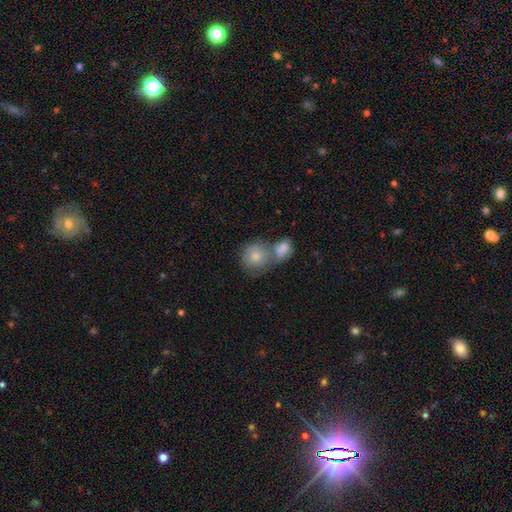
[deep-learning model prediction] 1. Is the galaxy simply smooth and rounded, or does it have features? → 68% smooth, 25% featured or disk, 7% star or artifact.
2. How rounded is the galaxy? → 79% round, 20% in between, 1% cigar-shaped.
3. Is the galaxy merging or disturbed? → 58% merger, 28% none, 10% minor disturbance, 5% major disturbance.